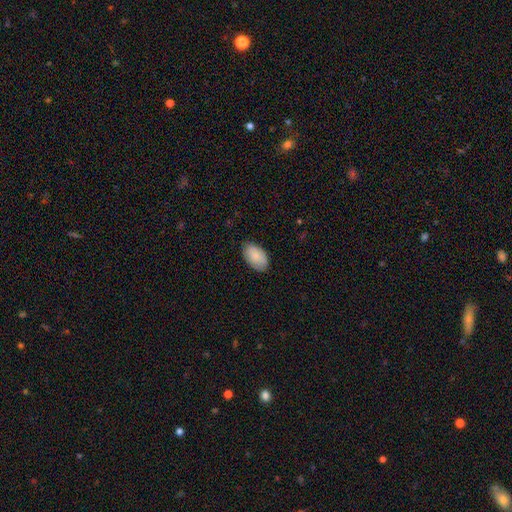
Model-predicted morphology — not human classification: smooth 86%, featured or disk 8%, star or artifact 6%. Down the decision tree: how rounded — in between (94%); merging — none (81%).